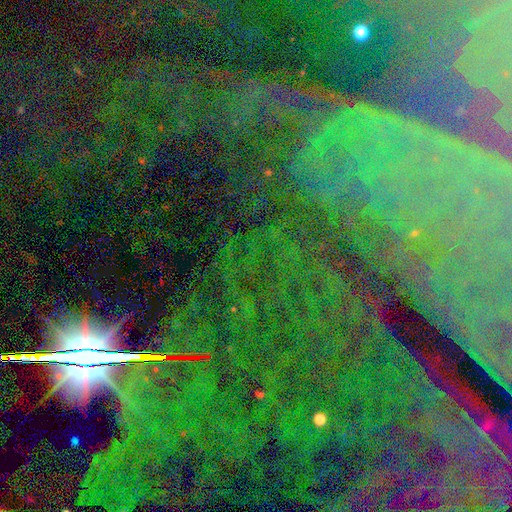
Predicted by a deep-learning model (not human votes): This appears to be a star or artifact, not a galaxy (83%).